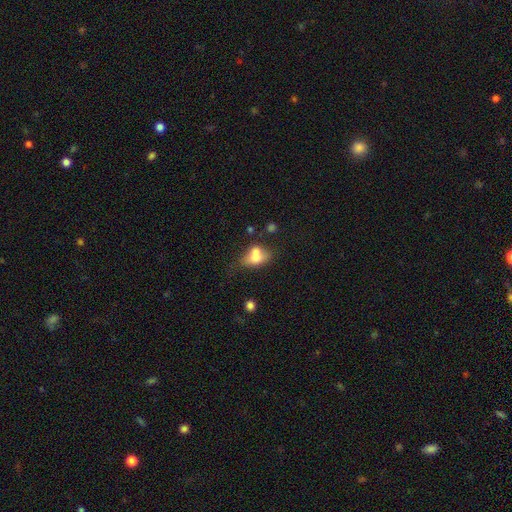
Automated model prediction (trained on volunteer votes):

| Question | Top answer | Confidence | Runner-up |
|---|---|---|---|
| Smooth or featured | smooth | 65% | featured or disk (25%) |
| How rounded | in between | 68% | round (29%) |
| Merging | merger | 51% | none (26%) |